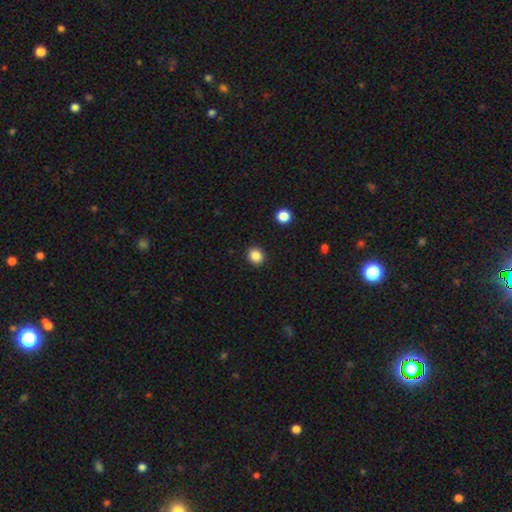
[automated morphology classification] type=smooth (86%); roundness=round (81%); merging=none (92%).